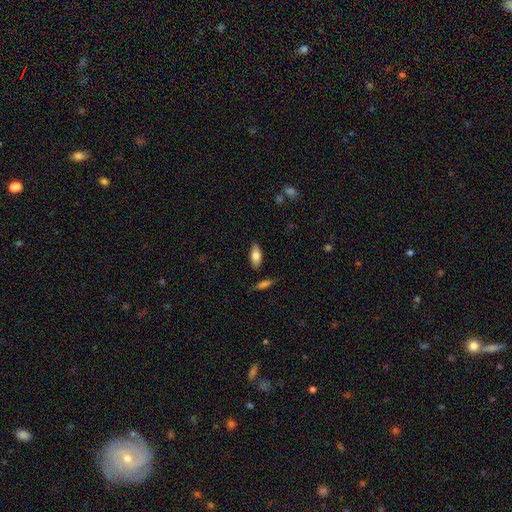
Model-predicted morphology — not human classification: This appears to be a smooth galaxy with no disk features (80%) that is in between round and cigar-shaped (88%). Merging: none (83%).